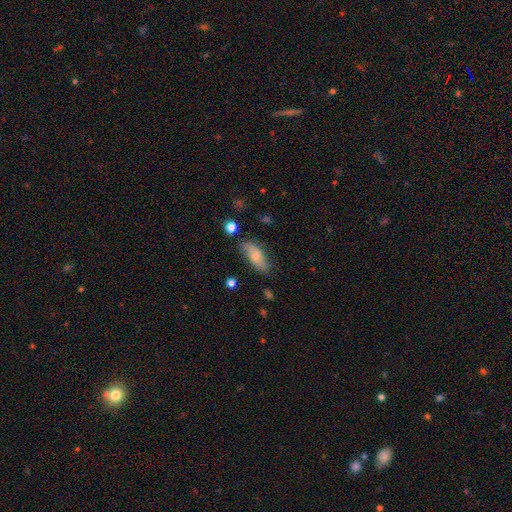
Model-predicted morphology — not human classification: type=smooth (71%); roundness=in between (80%); merging=none (70%).